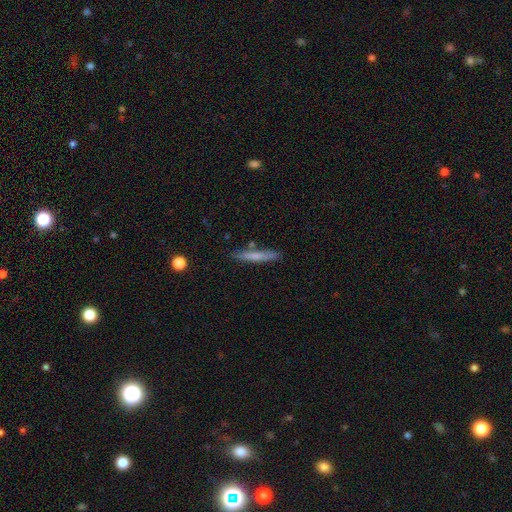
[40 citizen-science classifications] Smooth or featured? 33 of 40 (82%) said smooth. How rounded? 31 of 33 (94%) said cigar-shaped. Merging? 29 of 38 (76%) said none.